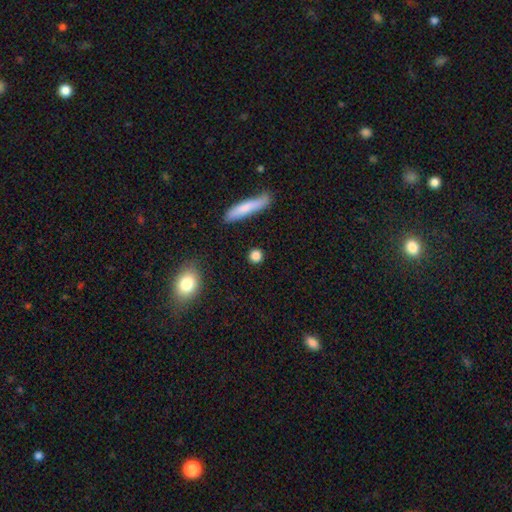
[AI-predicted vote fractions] Morphology: type=smooth (84%); roundness=round (79%); merging=none (87%).